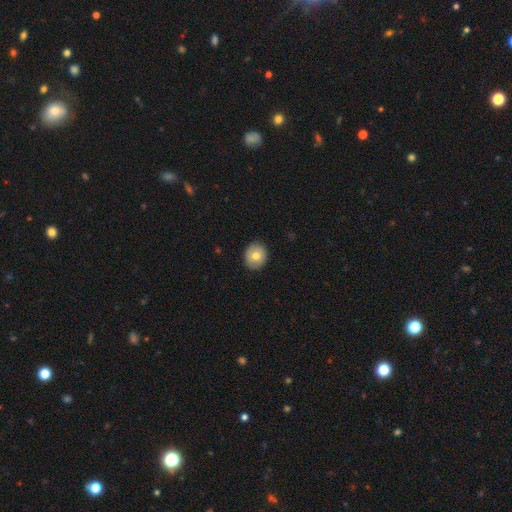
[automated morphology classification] Q: Smooth or featured?
A: smooth (75%); runner-up: featured or disk (17%)
Q: How rounded?
A: round (76%); runner-up: in between (23%)
Q: Merging?
A: none (88%); runner-up: minor disturbance (9%)